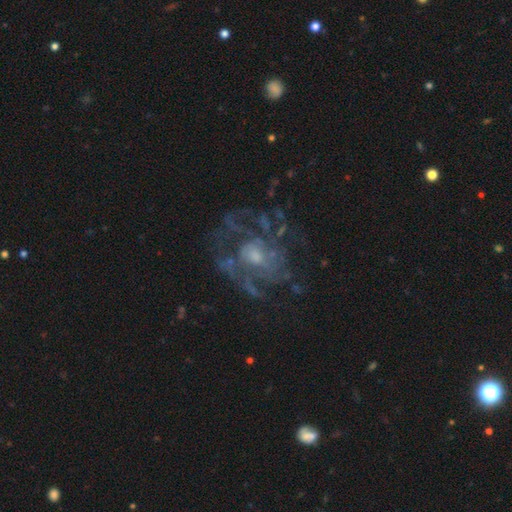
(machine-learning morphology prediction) Overall: featured or disk (79%). Edge-on disk: no (97%). Bar: no (75%). Spiral arms: yes (71%). Spiral arm count: can't tell (47%; 3 15%). Spiral winding: medium (40%; tight 38%). Bulge size: moderate (50%; small 38%). Merging: none (56%; major disturbance 24%).